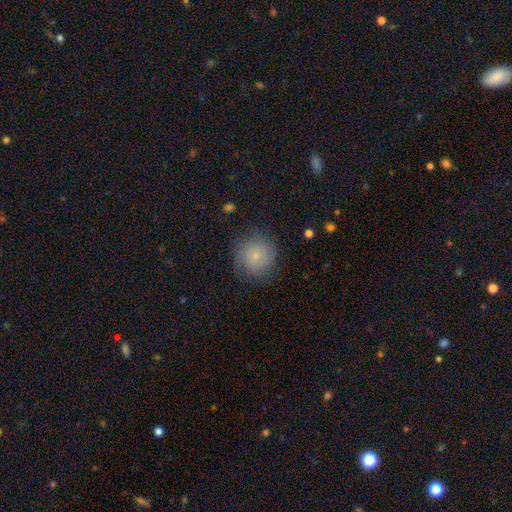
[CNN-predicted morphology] smooth-or-featured: smooth: 79% | featured or disk: 12% | star or artifact: 9%
  how-rounded: round: 93% | in between: 6% | cigar-shaped: 1%
  merging: none: 81% | minor disturbance: 14% | major disturbance: 4% | merger: 1%